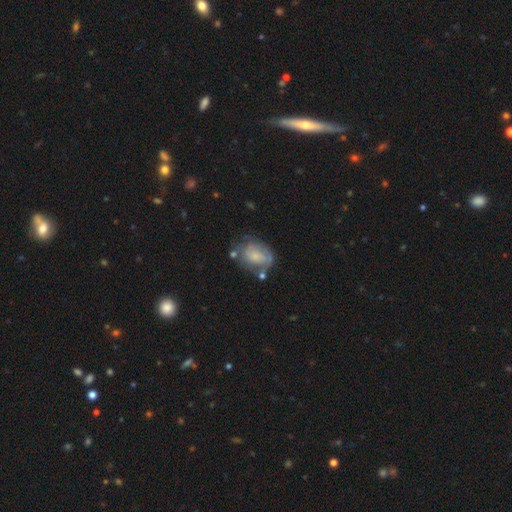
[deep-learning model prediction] smooth-or-featured: featured or disk: 54% | smooth: 38% | star or artifact: 8%
  disk-edge-on: no: 97% | yes: 3%
    bar: no: 70% | weak: 25% | strong: 5%
    has-spiral-arms: yes: 63% | no: 37%
    bulge-size: small: 49% | moderate: 27% | none: 18% | large: 5% | dominant: 2%
  merging: none: 47% | minor disturbance: 27% | major disturbance: 17% | merger: 9%